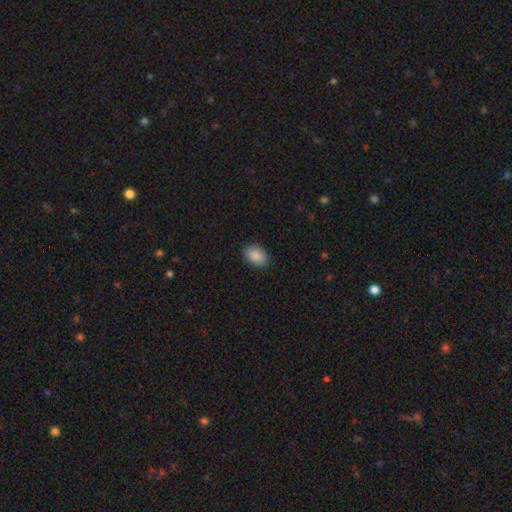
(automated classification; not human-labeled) Q: Smooth or featured?
A: smooth (89%); runner-up: star or artifact (7%)
Q: How rounded?
A: in between (75%); runner-up: round (24%)
Q: Merging?
A: none (85%); runner-up: minor disturbance (12%)